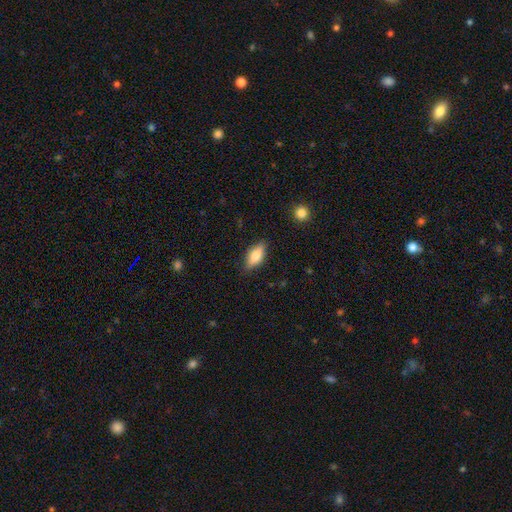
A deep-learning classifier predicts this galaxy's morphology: This is likely a smooth galaxy (66%). How rounded: likely in between (74%). Merging: clearly none (84%).